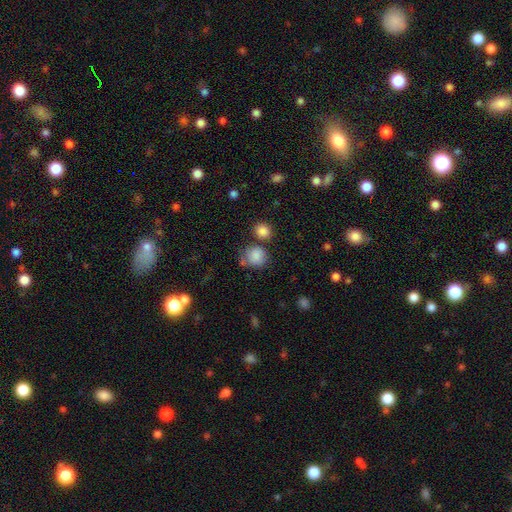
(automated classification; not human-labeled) Smooth or featured: smooth — 84% (star or artifact — 9%)
How rounded: round — 82% (in between — 17%)
Merging: none — 59% (merger — 17%)